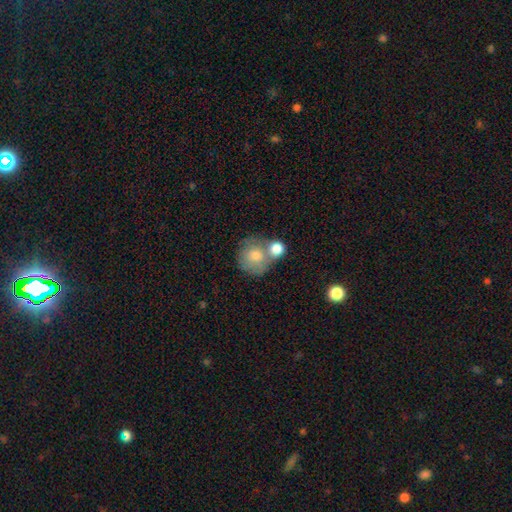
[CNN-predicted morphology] Smooth or featured?
  - smooth: 74% *
  - featured or disk: 18%
  - star or artifact: 8%
How rounded?
  - round: 85% *
  - in between: 14%
  - cigar-shaped: 1%
Merging?
  - none: 41% * (tied)
  - merger: 41% * (tied)
  - minor disturbance: 12%
  - major disturbance: 5%